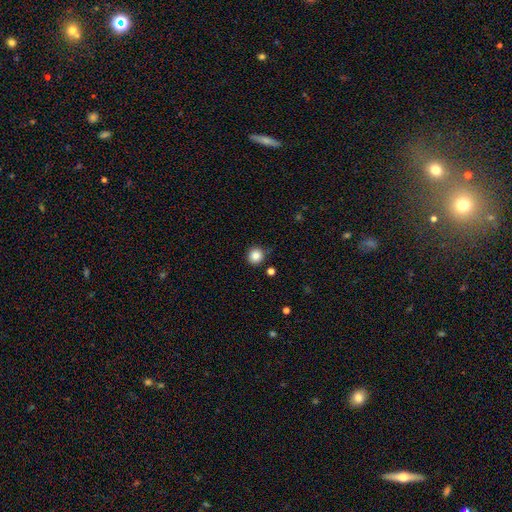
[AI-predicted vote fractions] Smooth or featured? Predicted: smooth (p=0.86). How rounded? Predicted: round (p=0.93). Merging? Predicted: none (p=0.87).